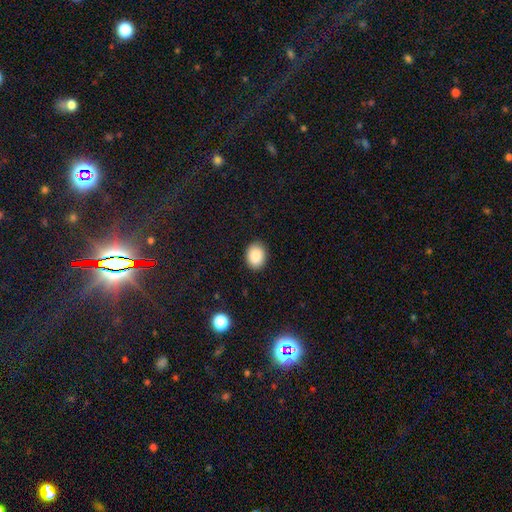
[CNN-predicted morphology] Overall: smooth (87%). How rounded: in between (62%; round 37%). Merging: none (89%).